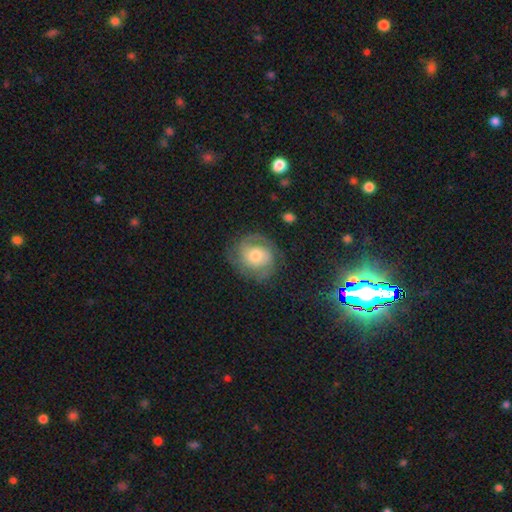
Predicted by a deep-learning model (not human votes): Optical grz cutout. It shows a featured or disk galaxy (72%) with no bar (70%), 2 (50%) tight (50%) spiral arms (91%) and a moderate central bulge (58%). Merging: none (72%).